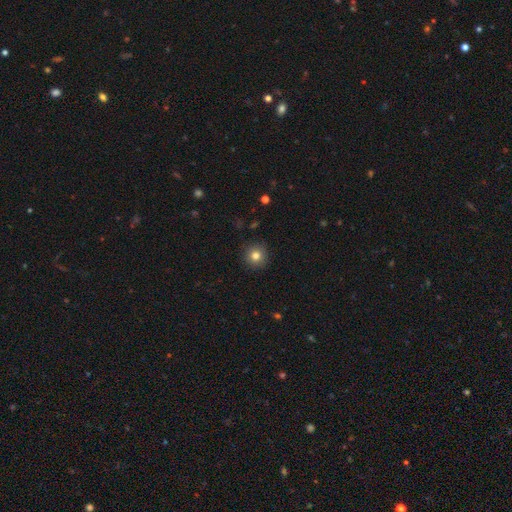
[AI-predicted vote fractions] Morphology: type=smooth (81%); roundness=round (94%); merging=none (91%).